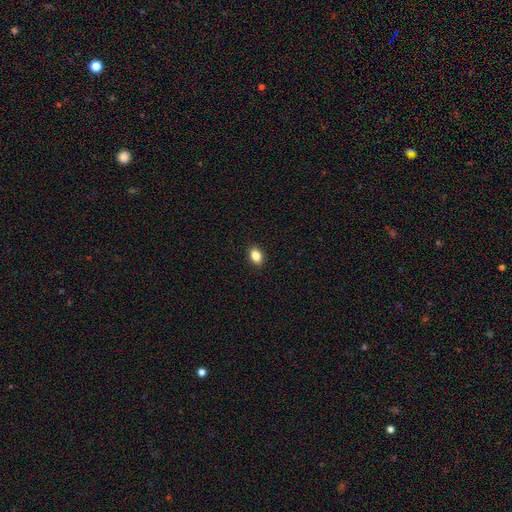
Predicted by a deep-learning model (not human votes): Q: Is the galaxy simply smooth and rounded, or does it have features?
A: smooth — 85%.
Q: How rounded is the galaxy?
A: in between — 77%.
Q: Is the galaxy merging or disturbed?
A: none — 90%.